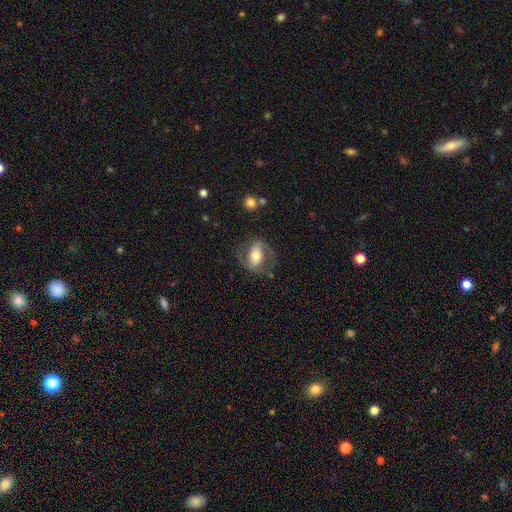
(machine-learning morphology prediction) Smooth or featured?
  - featured or disk: 73% *
  - smooth: 21%
  - star or artifact: 6%
Edge-on disk?
  - no: 96% *
  - yes: 4%
Bar?
  - strong: 36% *
  - weak: 34%
  - no: 30%
Spiral arms?
  - yes: 88% *
  - no: 12%
Spiral winding?
  - medium: 53% *
  - loose: 25%
  - tight: 22%
Spiral arm count?
  - 2: 88% *
  - can't tell: 5%
  - 1: 4%
  - 3: 1%
  - 4: 1%
  - more than 4: 1%
Bulge size?
  - moderate: 62% *
  - large: 18%
  - small: 16%
  - dominant: 2%
  - none: 1%
Merging?
  - none: 69% *
  - minor disturbance: 17%
  - major disturbance: 12%
  - merger: 2%